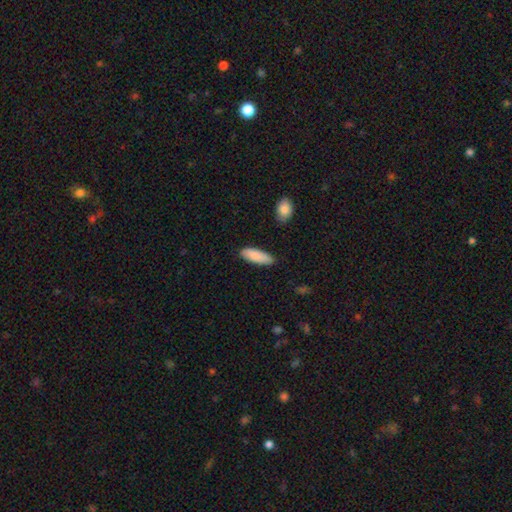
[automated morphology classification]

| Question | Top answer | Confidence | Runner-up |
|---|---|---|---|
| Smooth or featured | smooth | 87% | featured or disk (7%) |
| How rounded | in between | 66% | cigar-shaped (32%) |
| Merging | none | 83% | minor disturbance (13%) |